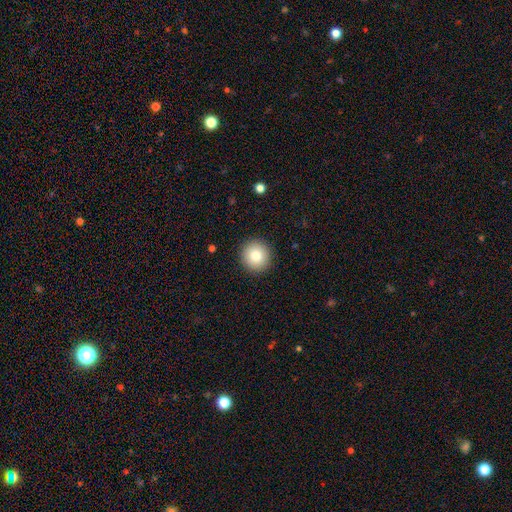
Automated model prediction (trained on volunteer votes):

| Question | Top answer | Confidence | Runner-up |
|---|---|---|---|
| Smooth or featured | smooth | 82% | star or artifact (9%) |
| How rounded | round | 95% | in between (4%) |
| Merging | none | 92% | minor disturbance (5%) |